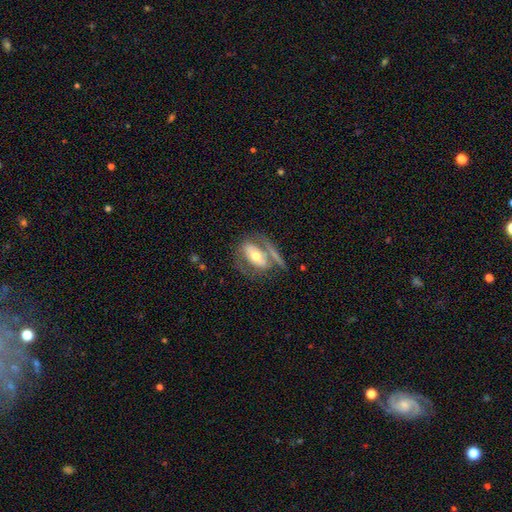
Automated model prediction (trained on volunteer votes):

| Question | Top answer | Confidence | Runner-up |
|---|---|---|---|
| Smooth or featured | featured or disk | 61% | smooth (33%) |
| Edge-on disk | no | 87% | yes (13%) |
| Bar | no | 41% | strong (34%) |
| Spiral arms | no | 51% | yes (49%) |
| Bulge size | moderate | 66% | small (21%) |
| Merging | none | 47% | minor disturbance (19%) |